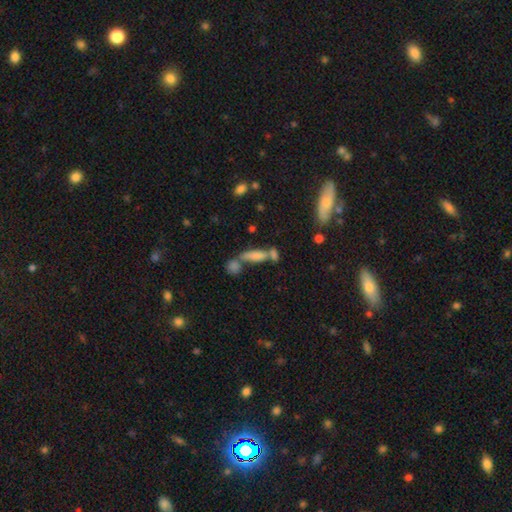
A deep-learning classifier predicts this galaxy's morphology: Smooth or featured: smooth — 70% (featured or disk — 19%)
How rounded: cigar-shaped — 51% (in between — 44%)
Merging: merger — 42% (none — 39%)